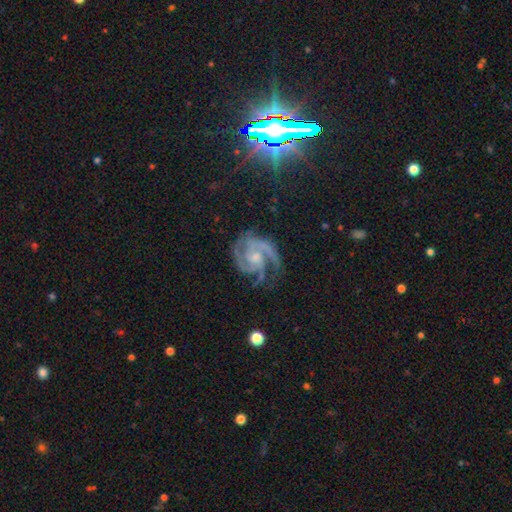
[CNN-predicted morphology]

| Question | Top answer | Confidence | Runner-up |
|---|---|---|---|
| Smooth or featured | featured or disk | 92% | star or artifact (4%) |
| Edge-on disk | no | 98% | yes (2%) |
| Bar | no | 61% | weak (30%) |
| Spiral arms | yes | 99% | no (1%) |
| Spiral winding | tight | 54% | medium (41%) |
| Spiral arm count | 3 | 50% | 2 (30%) |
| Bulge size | small | 53% | moderate (36%) |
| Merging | none | 70% | minor disturbance (19%) |